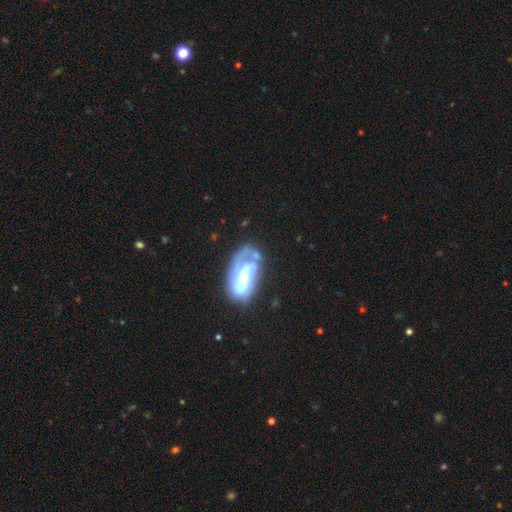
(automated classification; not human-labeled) smooth_or_featured: featured or disk (p=0.71) [alt: smooth p=0.22]
disk_edge_on: no (p=0.96) [alt: yes p=0.04]
bar: no (p=0.47) [alt: weak p=0.37]
has_spiral_arms: yes (p=0.85) [alt: no p=0.15]
spiral_winding: tight (p=0.43) [alt: medium p=0.37]
spiral_arm_count: 2 (p=0.36) [alt: 1 p=0.34]
bulge_size: moderate (p=0.39) [alt: small p=0.38]
merging: none (p=0.49) [alt: minor disturbance p=0.25]